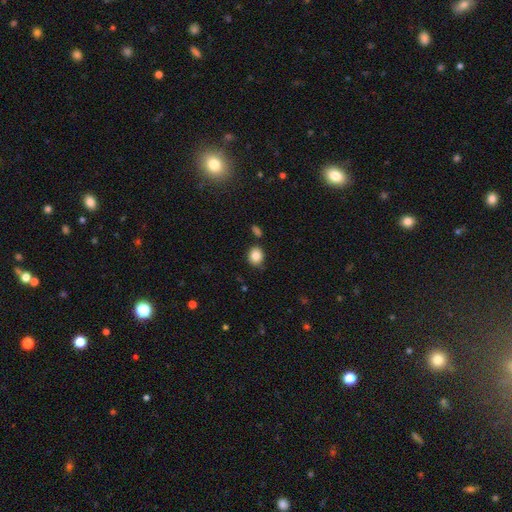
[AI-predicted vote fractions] A smooth galaxy with no disk features (84%) that is round (68%).

Vote fractions:
- Smooth or featured? smooth: 84% / star or artifact: 10% / featured or disk: 6%
- How rounded? round: 68% / in between: 31% / cigar-shaped: 1%
- Merging? none: 79% / minor disturbance: 13% / merger: 5% / major disturbance: 3%